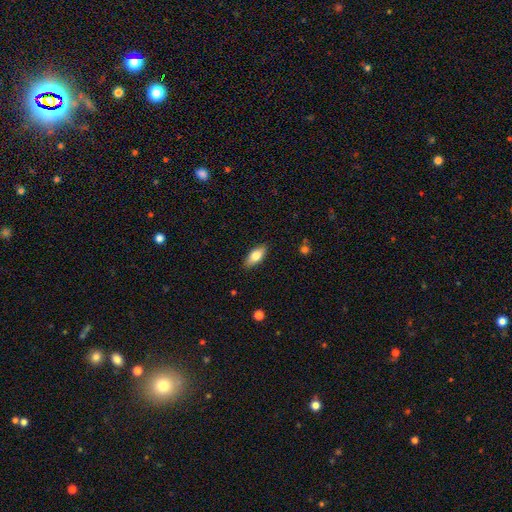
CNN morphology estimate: smooth-or-featured: smooth: 77% | featured or disk: 16% | star or artifact: 6%
  how-rounded: in between: 83% | cigar-shaped: 15% | round: 3%
  merging: none: 87% | minor disturbance: 10% | major disturbance: 2% | merger: 1%